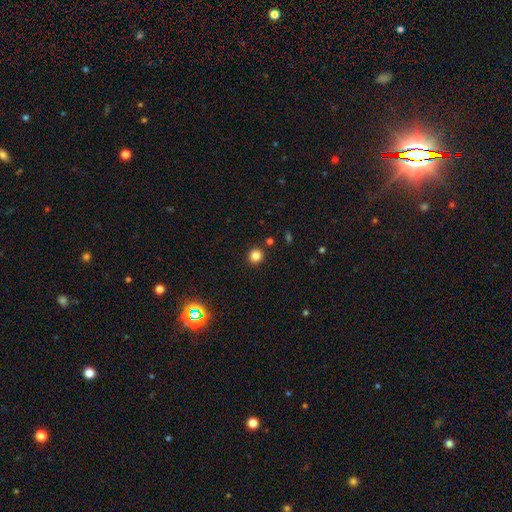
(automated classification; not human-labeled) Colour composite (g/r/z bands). It shows a smooth galaxy with no disk features (82%) that is round (94%). Merging: none (91%).